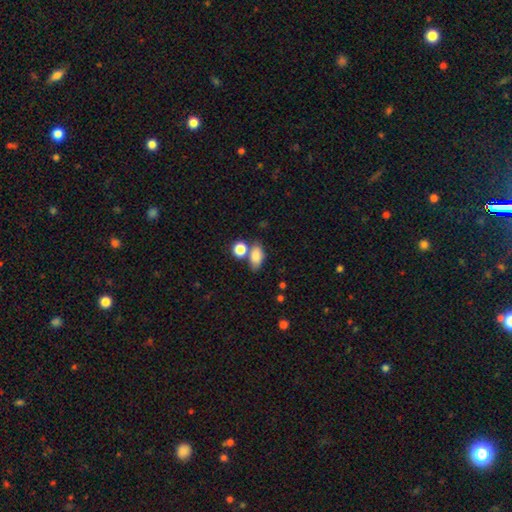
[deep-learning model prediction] A smooth galaxy with no disk features (82%) that is in between round and cigar-shaped (83%).

Vote fractions:
- Smooth or featured? smooth: 82% / star or artifact: 9% / featured or disk: 8%
- How rounded? in between: 83% / round: 13% / cigar-shaped: 4%
- Merging? none: 51% / merger: 28% / minor disturbance: 15% / major disturbance: 6%